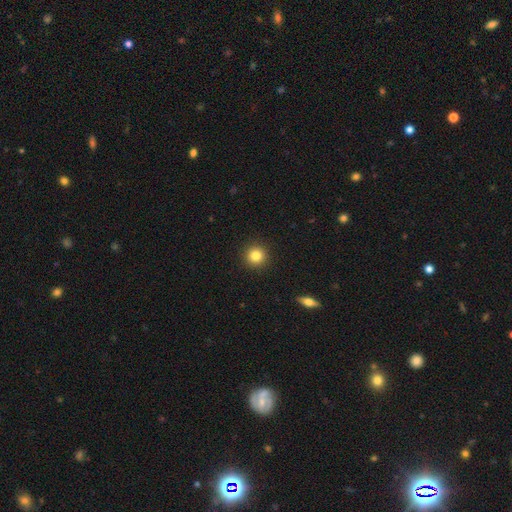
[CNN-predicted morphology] Smooth or featured?
  - smooth: 83% *
  - star or artifact: 11%
  - featured or disk: 6%
How rounded?
  - round: 95% *
  - in between: 4%
  - cigar-shaped: 1%
Merging?
  - none: 93% *
  - minor disturbance: 5%
  - major disturbance: 2%
  - merger: 1%